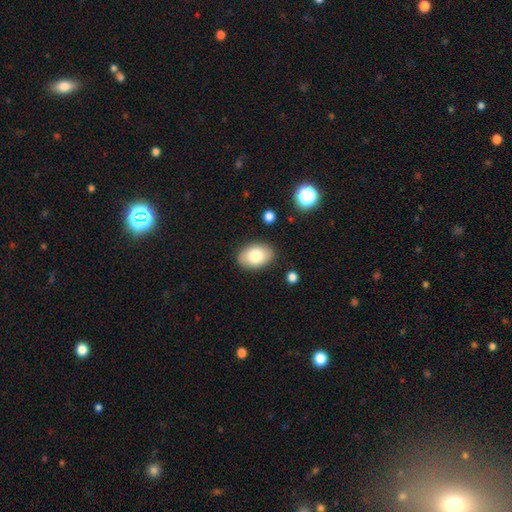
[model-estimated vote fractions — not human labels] Smooth or featured?
  - smooth: 80% *
  - featured or disk: 12%
  - star or artifact: 8%
How rounded?
  - in between: 86% *
  - round: 13%
  - cigar-shaped: 1%
Merging?
  - none: 86% *
  - minor disturbance: 10%
  - major disturbance: 2%
  - merger: 2%